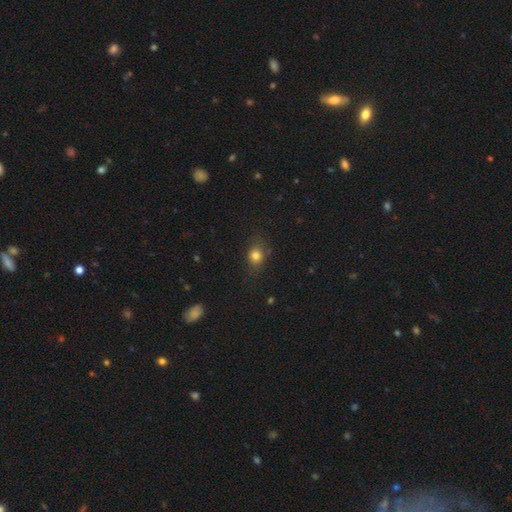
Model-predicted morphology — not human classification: smooth 79%, star or artifact 13%, featured or disk 8%. Down the decision tree: how rounded — round (61%); merging — none (73%).